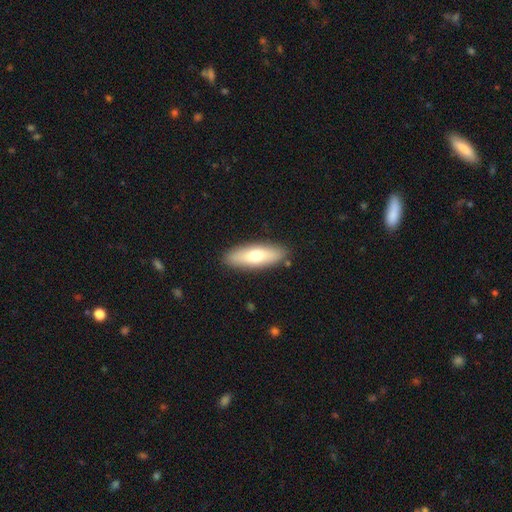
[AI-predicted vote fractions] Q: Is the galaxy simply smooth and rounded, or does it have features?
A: smooth — 67%.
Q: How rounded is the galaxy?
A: in between — 60%.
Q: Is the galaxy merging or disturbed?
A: none — 88%.